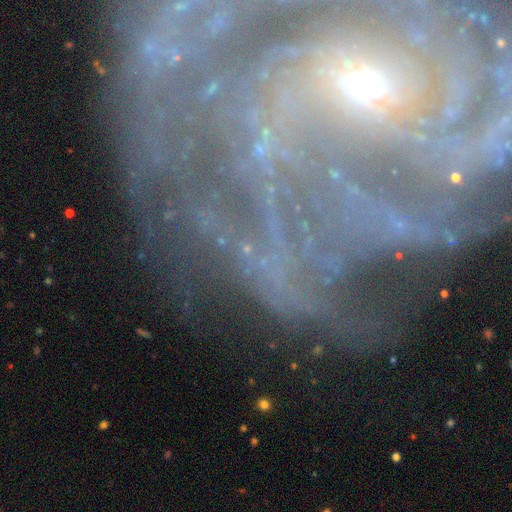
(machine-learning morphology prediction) Smooth or featured?
  - featured or disk: 78% *
  - star or artifact: 14%
  - smooth: 7%
Edge-on disk?
  - no: 95% *
  - yes: 5%
Bar?
  - no: 47% *
  - weak: 28%
  - strong: 25%
Spiral arms?
  - yes: 90% *
  - no: 10%
Spiral winding?
  - tight: 59% *
  - medium: 28%
  - loose: 13%
Spiral arm count?
  - can't tell: 28% *
  - 2: 17%
  - 3: 16%
  - more than 4: 15%
  - 4: 14%
  - 1: 10%
Bulge size?
  - small: 70% *
  - moderate: 22%
  - none: 4%
  - large: 3%
  - dominant: 2%
Merging?
  - none: 57% *
  - major disturbance: 22%
  - minor disturbance: 16%
  - merger: 5%